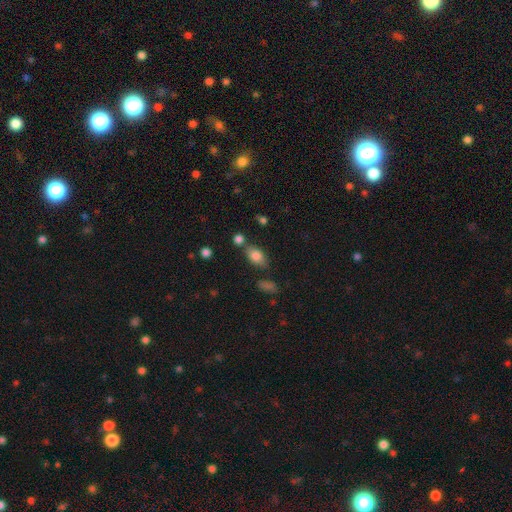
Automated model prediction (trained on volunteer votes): Q: Smooth or featured?
A: smooth (80%); runner-up: featured or disk (11%)
Q: How rounded?
A: in between (85%); runner-up: round (11%)
Q: Merging?
A: none (66%); runner-up: minor disturbance (16%)